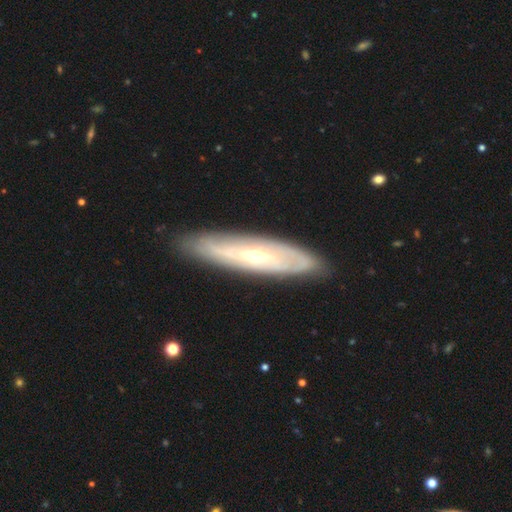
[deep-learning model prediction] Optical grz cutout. It shows a featured or disk galaxy (72%). Merging: none (85%).